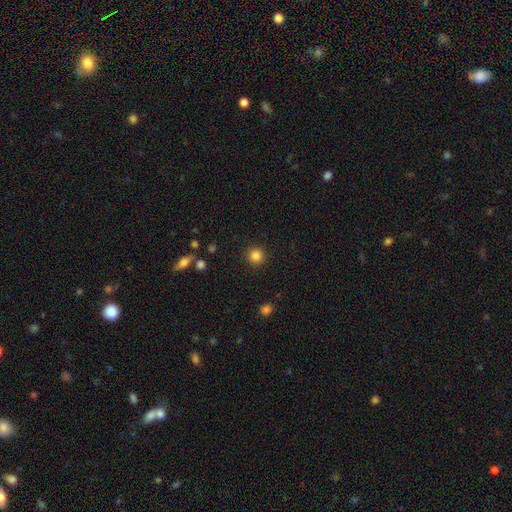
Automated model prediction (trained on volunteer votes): A smooth galaxy with no disk features (84%) that is round (95%). Merging: none (92%).